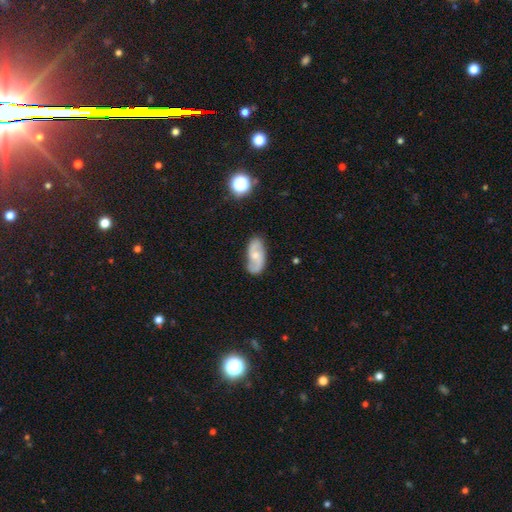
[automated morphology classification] Smooth or featured? featured or disk (67%)
Edge-on disk? no (95%)
Bar? no (58%)
Spiral arms? yes (91%)
Spiral winding? medium (42%)
Spiral arm count? 2 (87%)
Bulge size? small (50%)
Merging? none (77%)